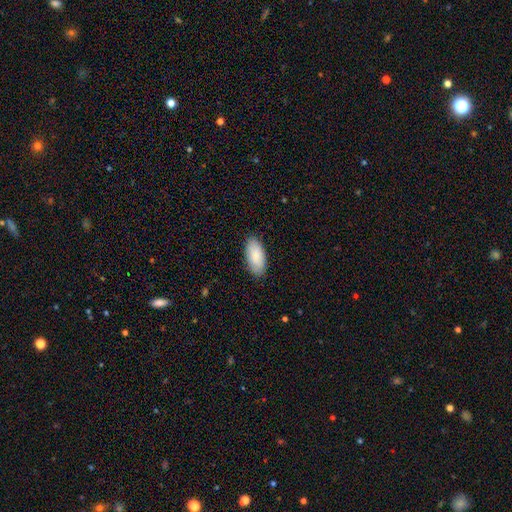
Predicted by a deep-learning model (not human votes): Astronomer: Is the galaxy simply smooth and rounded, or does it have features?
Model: smooth — 85%.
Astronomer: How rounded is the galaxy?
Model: in between — 92%.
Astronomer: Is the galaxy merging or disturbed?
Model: none — 86%.